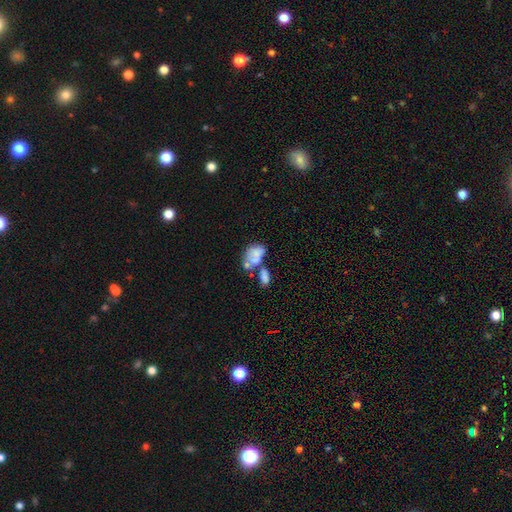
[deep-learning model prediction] Smooth or featured? Predicted: smooth (p=0.55). How rounded? Predicted: in between (p=0.84). Merging? Predicted: merger (p=0.53).